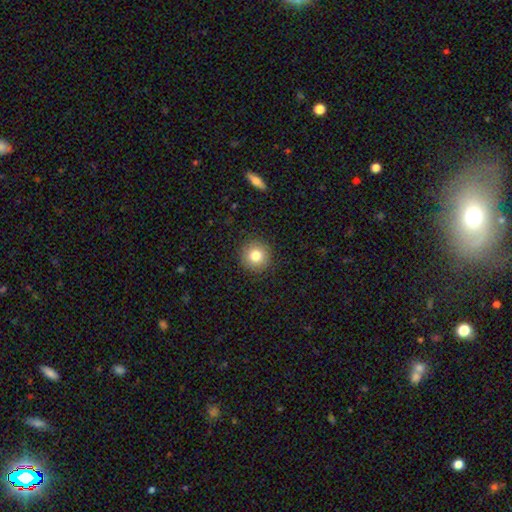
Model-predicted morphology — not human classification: Smooth or featured? smooth (81%)
How rounded? round (95%)
Merging? none (91%)